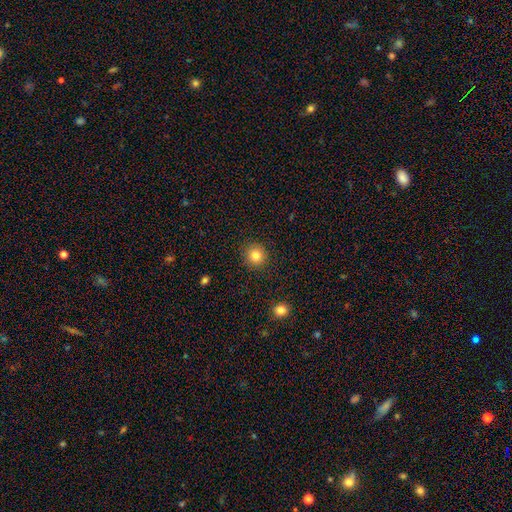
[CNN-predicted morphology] Smooth or featured?
  - smooth: 82% *
  - star or artifact: 11%
  - featured or disk: 6%
How rounded?
  - round: 91% *
  - in between: 8%
  - cigar-shaped: 1%
Merging?
  - none: 91% *
  - minor disturbance: 6%
  - major disturbance: 2%
  - merger: 1%